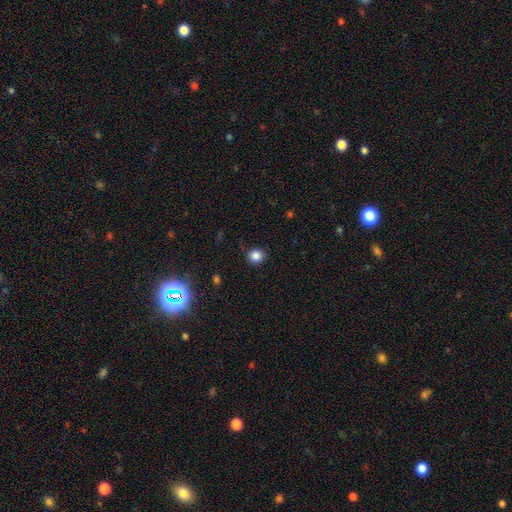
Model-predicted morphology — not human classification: Q: Smooth or featured?
A: smooth (83%); runner-up: star or artifact (12%)
Q: How rounded?
A: round (90%); runner-up: in between (9%)
Q: Merging?
A: none (89%); runner-up: minor disturbance (7%)